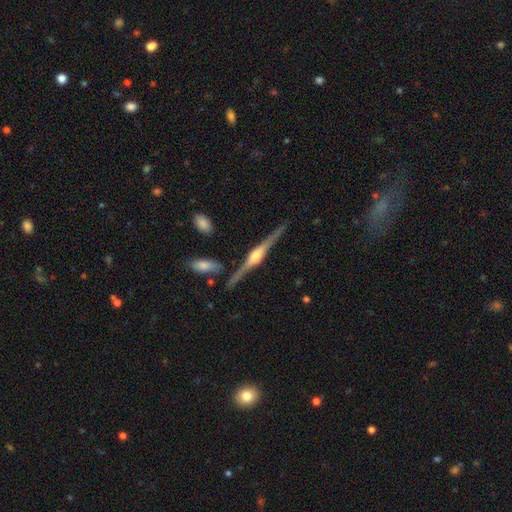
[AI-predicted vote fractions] This is clearly a featured or disk galaxy (85%). It is clearly viewed edge-on (98%). Edge-on bulge: clearly rounded (88%). Merging: clearly none (87%).